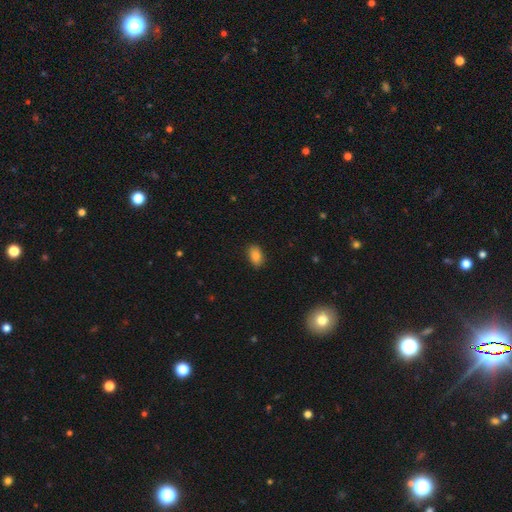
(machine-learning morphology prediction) A smooth galaxy with no disk features (84%) that is in between round and cigar-shaped (89%).

Vote fractions:
- Smooth or featured? smooth: 84% / star or artifact: 9% / featured or disk: 6%
- How rounded? in between: 89% / round: 10% / cigar-shaped: 2%
- Merging? none: 87% / minor disturbance: 10% / major disturbance: 2% / merger: 1%